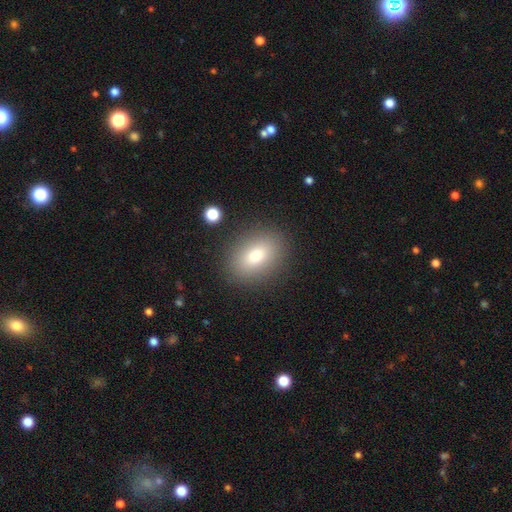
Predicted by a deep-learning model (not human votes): Smooth or featured? smooth (77%)
How rounded? in between (76%)
Merging? none (87%)